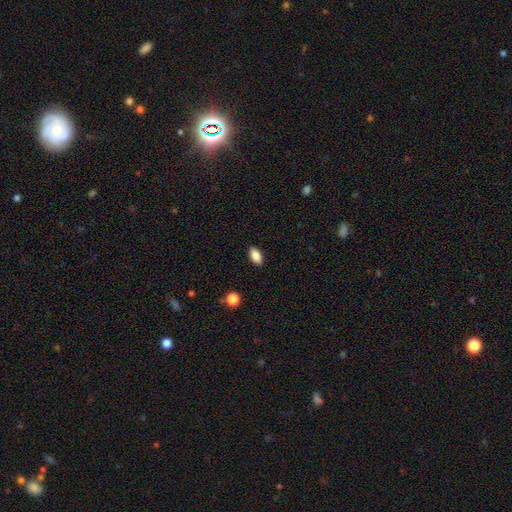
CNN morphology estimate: A smooth galaxy with no disk features (86%) that is in between round and cigar-shaped (90%). Merging: none (89%).